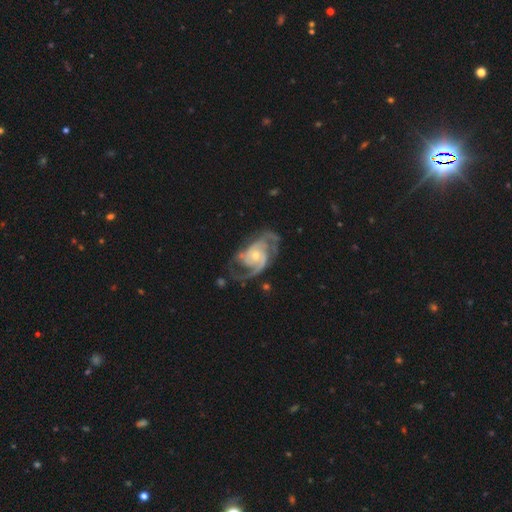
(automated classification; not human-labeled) Smooth or featured? Predicted: featured or disk (p=0.91). Edge-on disk? Predicted: no (p=0.98). Bar? Predicted: no (p=0.69). Spiral arms? Predicted: yes (p=0.97). Spiral winding? Predicted: medium (p=0.51). Spiral arm count? Predicted: 2 (p=0.54). Bulge size? Predicted: small (p=0.51). Merging? Predicted: none (p=0.59).